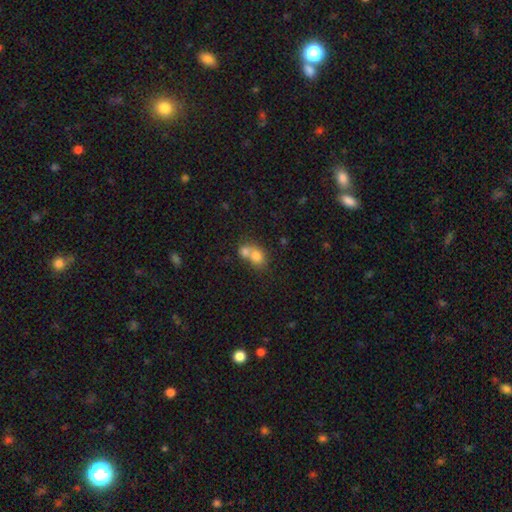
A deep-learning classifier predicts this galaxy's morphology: A smooth galaxy with no disk features (75%) that is round (60%). Merging: merger (68%).